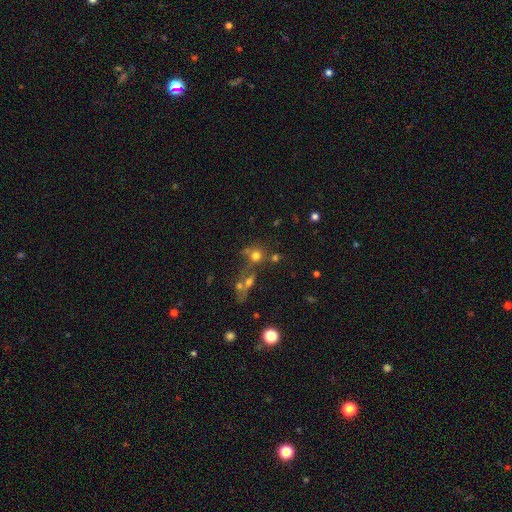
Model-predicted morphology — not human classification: This appears to be a smooth galaxy with no disk features (66%) that is round (85%). Merging: none (50%).